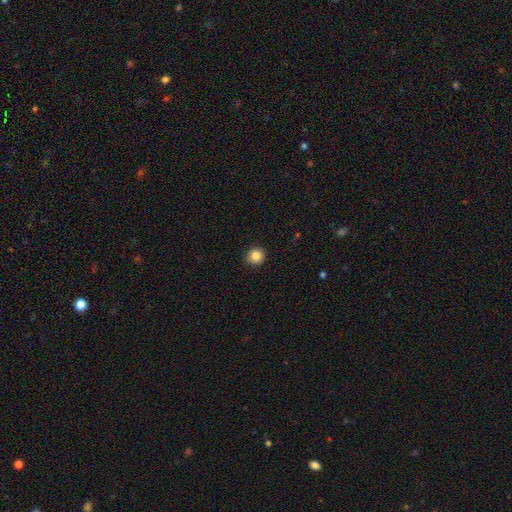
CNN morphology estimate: type=smooth (85%); roundness=round (93%); merging=none (91%).